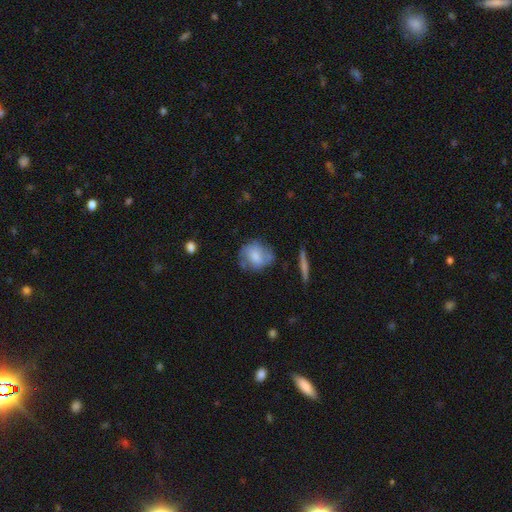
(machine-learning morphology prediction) Smooth or featured?
  - smooth: 61% *
  - featured or disk: 31%
  - star or artifact: 8%
How rounded?
  - round: 67% *
  - in between: 32%
  - cigar-shaped: 2%
Merging?
  - none: 58% *
  - minor disturbance: 26%
  - major disturbance: 11%
  - merger: 5%